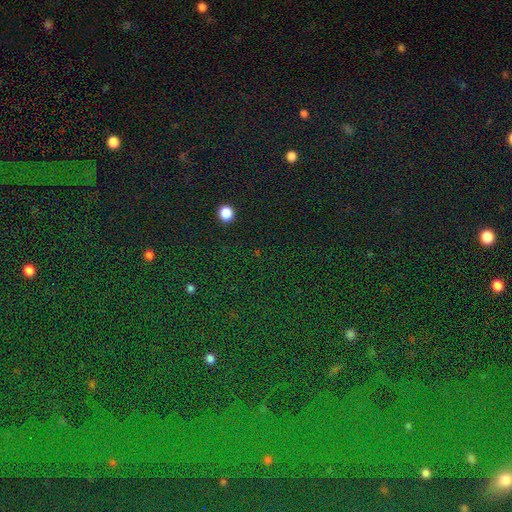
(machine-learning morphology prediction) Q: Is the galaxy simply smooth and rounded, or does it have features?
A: star or artifact — 81%.